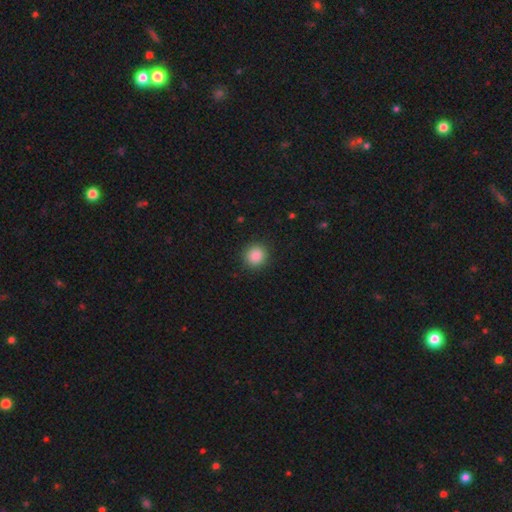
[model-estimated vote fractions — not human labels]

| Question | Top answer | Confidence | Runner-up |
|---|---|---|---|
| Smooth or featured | smooth | 87% | star or artifact (9%) |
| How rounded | round | 89% | in between (10%) |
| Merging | none | 91% | minor disturbance (6%) |